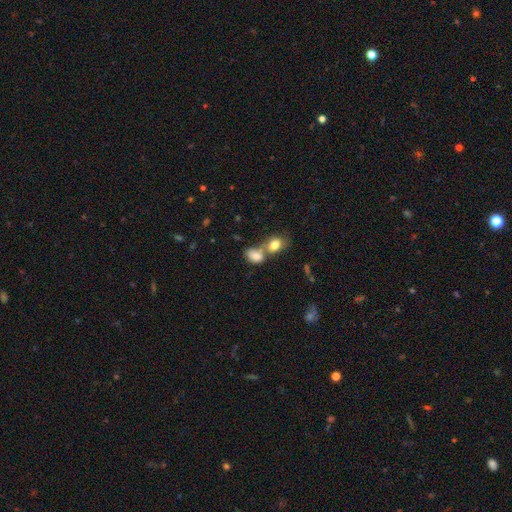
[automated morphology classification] type=smooth (80%); roundness=in between (80%); merging=merger (64%).